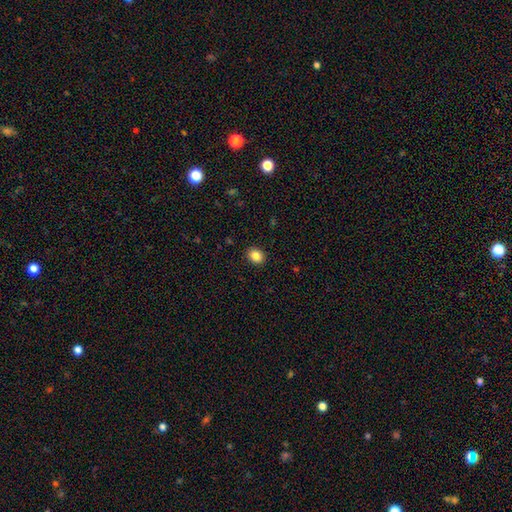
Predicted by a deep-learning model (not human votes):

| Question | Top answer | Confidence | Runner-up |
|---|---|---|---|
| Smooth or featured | smooth | 86% | star or artifact (10%) |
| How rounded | round | 59% | in between (40%) |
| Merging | none | 91% | minor disturbance (6%) |